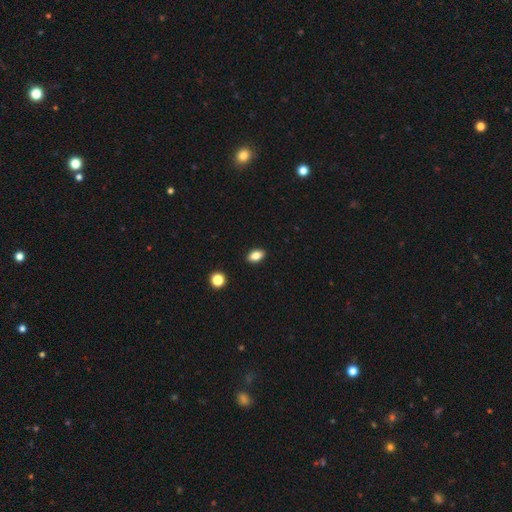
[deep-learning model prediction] Q: Smooth or featured?
A: smooth (82%); runner-up: featured or disk (9%)
Q: How rounded?
A: in between (87%); runner-up: round (9%)
Q: Merging?
A: none (90%); runner-up: minor disturbance (7%)